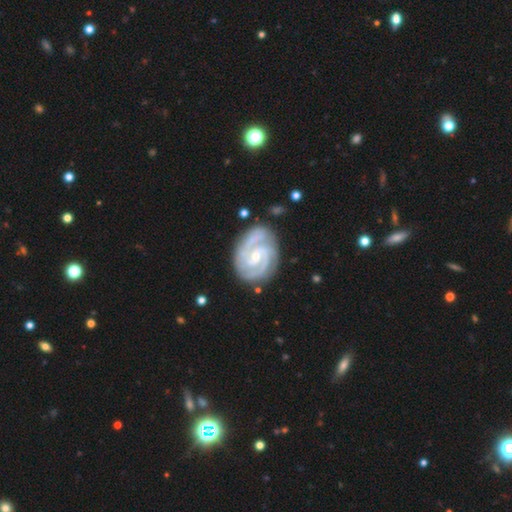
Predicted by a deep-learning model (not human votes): smooth_or_featured: featured or disk (p=0.92) [alt: smooth p=0.04]
disk_edge_on: no (p=0.98) [alt: yes p=0.02]
bar: weak (p=0.48) [alt: no p=0.36]
has_spiral_arms: yes (p=0.98) [alt: no p=0.02]
spiral_winding: tight (p=0.63) [alt: medium p=0.33]
spiral_arm_count: 2 (p=0.65) [alt: 3 p=0.22]
bulge_size: small (p=0.57) [alt: moderate p=0.39]
merging: none (p=0.78) [alt: minor disturbance p=0.16]